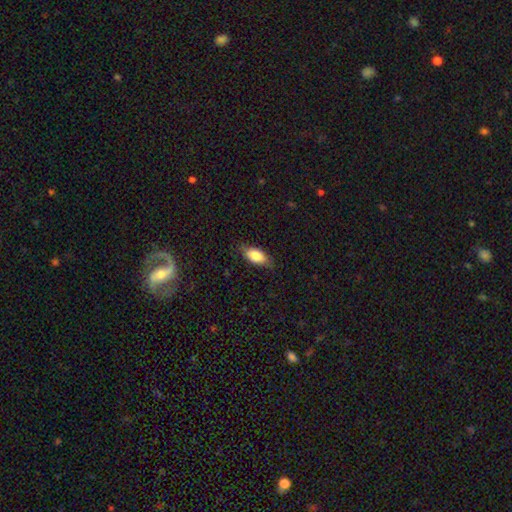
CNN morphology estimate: smooth-or-featured: smooth: 80% | featured or disk: 13% | star or artifact: 7%
  how-rounded: in between: 88% | cigar-shaped: 8% | round: 4%
  merging: none: 77% | minor disturbance: 18% | major disturbance: 4% | merger: 1%